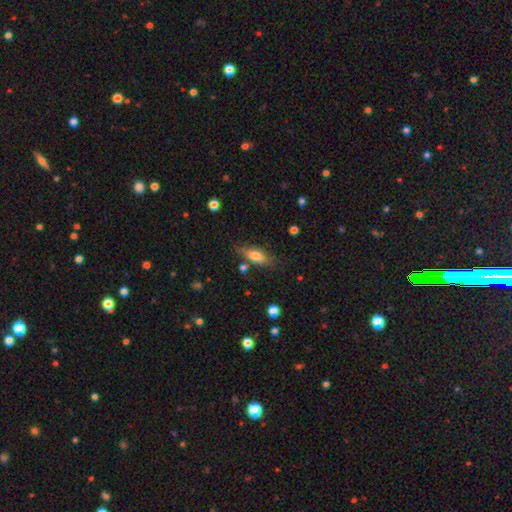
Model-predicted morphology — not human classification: Q: Smooth or featured?
A: smooth (70%); runner-up: featured or disk (23%)
Q: How rounded?
A: in between (65%); runner-up: cigar-shaped (31%)
Q: Merging?
A: none (75%); runner-up: minor disturbance (16%)